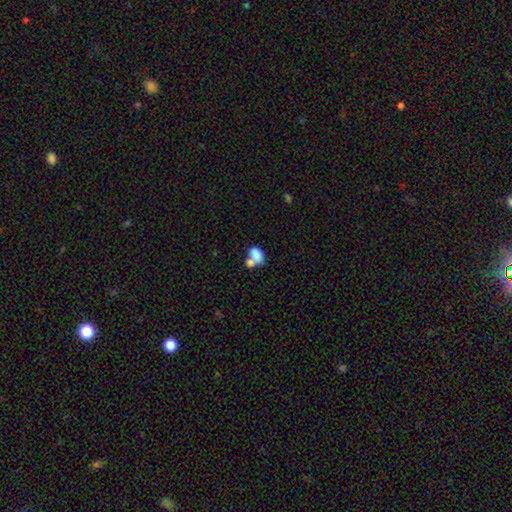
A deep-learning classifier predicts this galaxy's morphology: The model was most divided on "merging": merger: 60%, none: 25%, minor disturbance: 10%, major disturbance: 6%. More confident: how rounded — in between (82%); smooth or featured — smooth (80%).